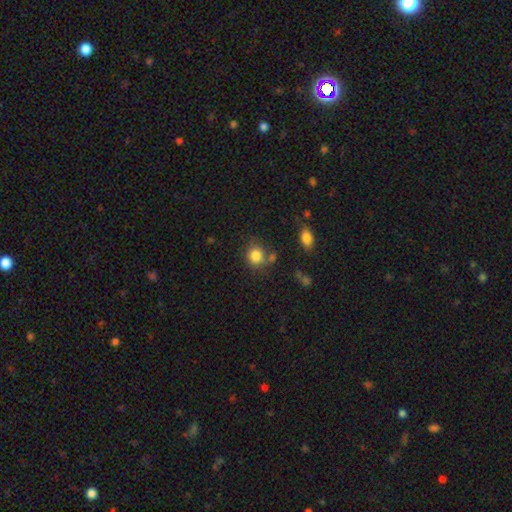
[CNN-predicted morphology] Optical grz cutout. It shows a smooth galaxy with no disk features (84%) that is round (78%). Merging: none (66%).